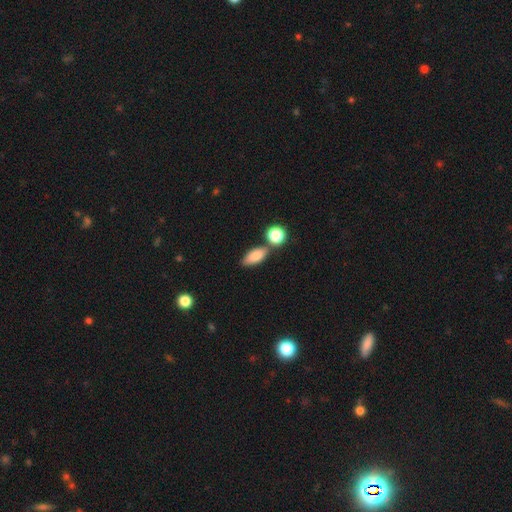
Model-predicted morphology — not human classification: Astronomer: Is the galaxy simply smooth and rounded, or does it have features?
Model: smooth — 83%.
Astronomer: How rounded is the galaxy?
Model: in between — 81%.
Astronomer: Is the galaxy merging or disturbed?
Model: none — 63%.